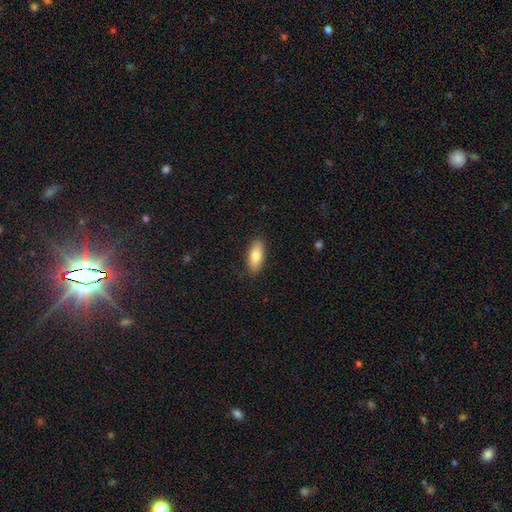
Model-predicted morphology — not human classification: Smooth or featured: smooth — 81% (featured or disk — 13%)
How rounded: in between — 80% (cigar-shaped — 18%)
Merging: none — 87% (minor disturbance — 10%)